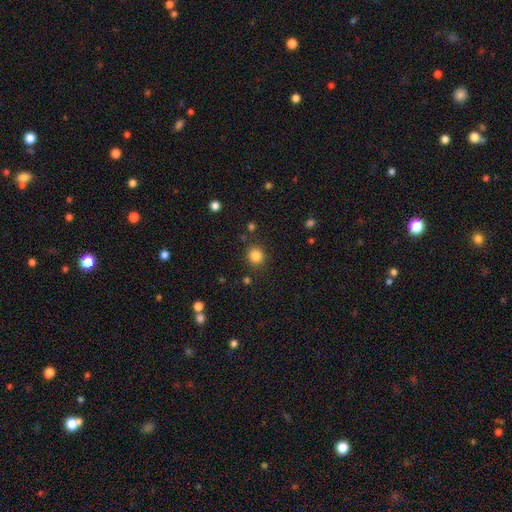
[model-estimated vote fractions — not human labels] Smooth or featured: smooth — 84% (star or artifact — 12%)
How rounded: round — 89% (in between — 10%)
Merging: none — 87% (minor disturbance — 7%)